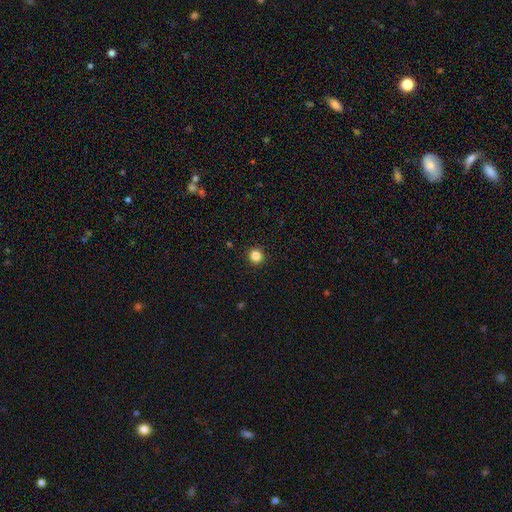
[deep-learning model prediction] Smooth or featured? smooth (84%)
How rounded? round (91%)
Merging? none (93%)